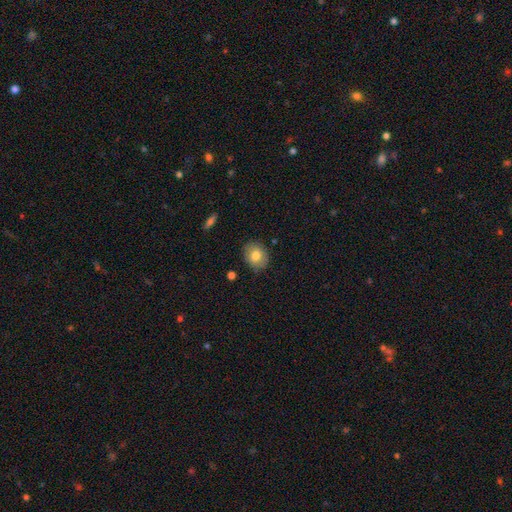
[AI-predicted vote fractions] Smooth or featured: smooth — 78% (featured or disk — 13%)
How rounded: round — 57% (in between — 42%)
Merging: none — 85% (minor disturbance — 11%)